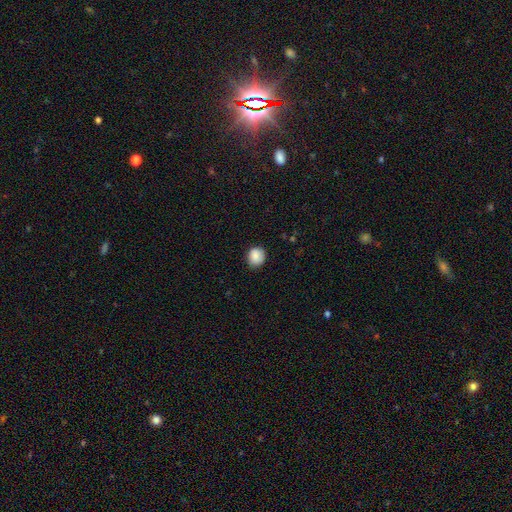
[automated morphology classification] A smooth galaxy with no disk features (87%) that is round (81%).

Vote fractions:
- Smooth or featured? smooth: 87% / star or artifact: 8% / featured or disk: 5%
- How rounded? round: 81% / in between: 18% / cigar-shaped: 1%
- Merging? none: 82% / minor disturbance: 14% / major disturbance: 2% / merger: 1%